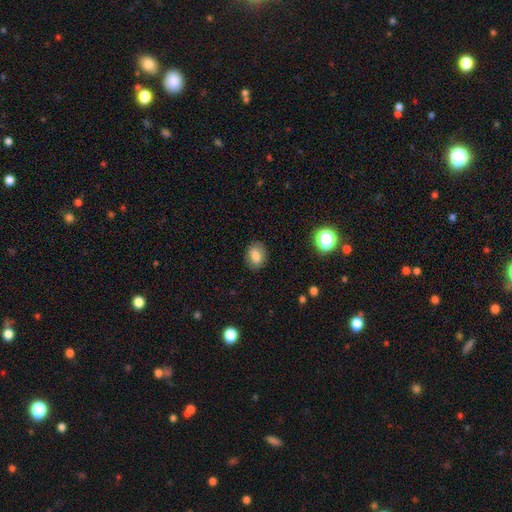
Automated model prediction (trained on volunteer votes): Smooth or featured? smooth (76%)
How rounded? in between (70%)
Merging? none (84%)